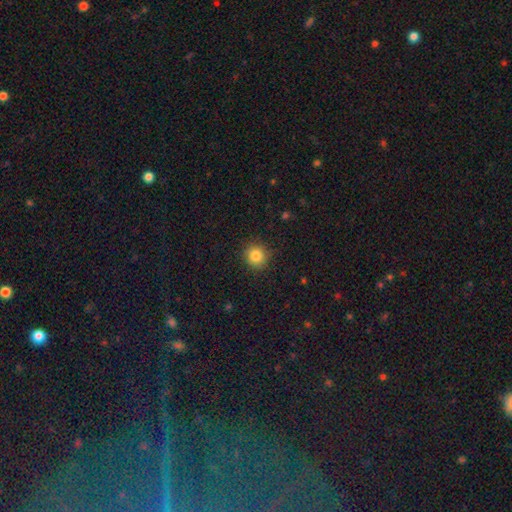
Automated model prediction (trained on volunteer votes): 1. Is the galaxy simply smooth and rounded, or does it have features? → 83% smooth, 11% star or artifact, 6% featured or disk.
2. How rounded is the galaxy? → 91% round, 8% in between, 1% cigar-shaped.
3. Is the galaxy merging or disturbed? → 89% none, 8% minor disturbance, 2% major disturbance, 1% merger.